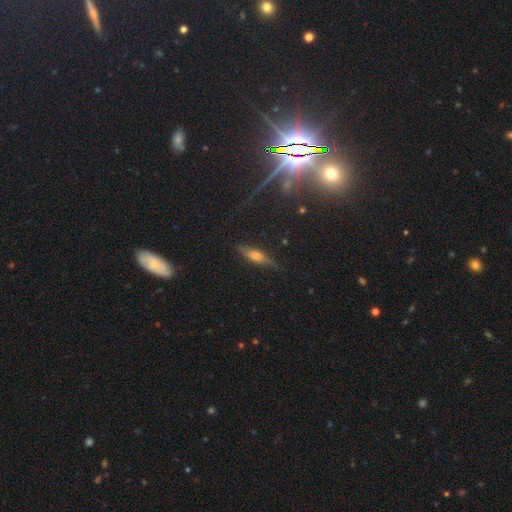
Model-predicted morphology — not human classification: A featured or disk galaxy (46%).

Vote fractions:
- Smooth or featured? featured or disk: 46% / smooth: 42% / star or artifact: 12%
- Merging? none: 77% / minor disturbance: 18% / major disturbance: 4% / merger: 2%